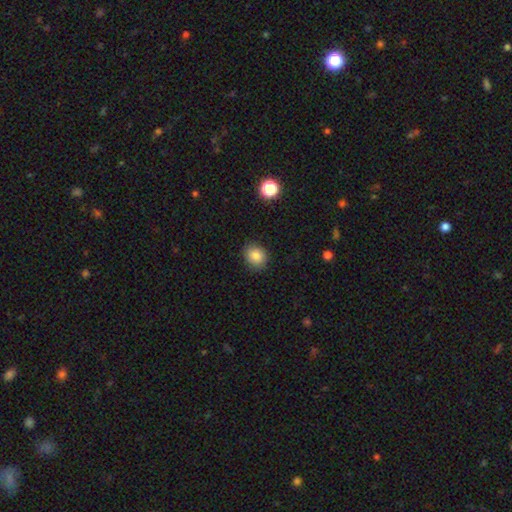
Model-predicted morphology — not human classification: smooth 83%, star or artifact 10%, featured or disk 6%. Down the decision tree: how rounded — round (64%); merging — none (86%).